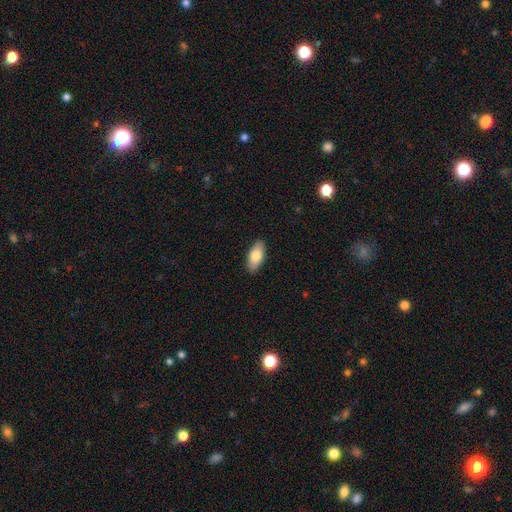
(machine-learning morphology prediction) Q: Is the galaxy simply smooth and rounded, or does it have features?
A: smooth — 79%.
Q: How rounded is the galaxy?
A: in between — 90%.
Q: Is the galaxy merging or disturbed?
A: none — 89%.